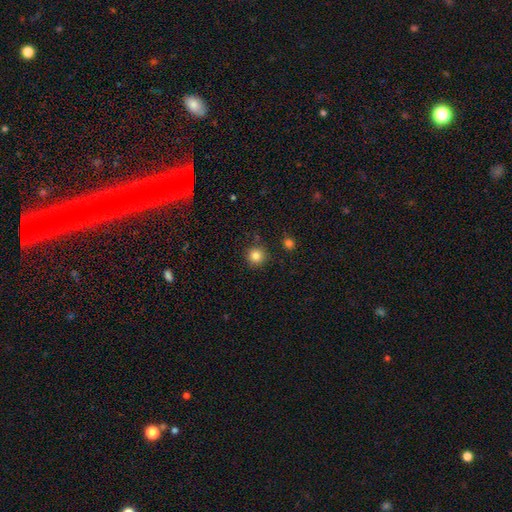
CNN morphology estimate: Q: Smooth or featured?
A: smooth (84%); runner-up: star or artifact (11%)
Q: How rounded?
A: round (95%); runner-up: in between (4%)
Q: Merging?
A: none (88%); runner-up: minor disturbance (7%)